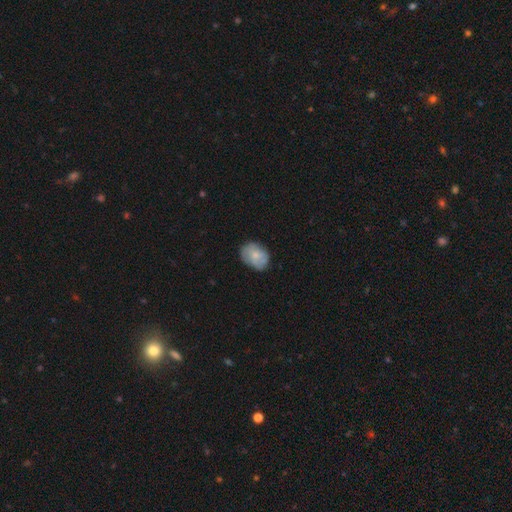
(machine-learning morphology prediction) Smooth or featured? smooth (65%)
How rounded? in between (65%)
Merging? none (67%)